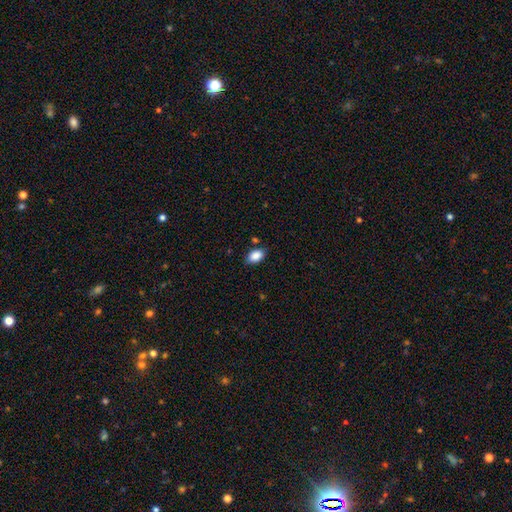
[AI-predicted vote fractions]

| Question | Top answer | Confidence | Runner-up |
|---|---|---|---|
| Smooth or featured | smooth | 88% | star or artifact (8%) |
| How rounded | in between | 89% | round (9%) |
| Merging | none | 81% | minor disturbance (13%) |